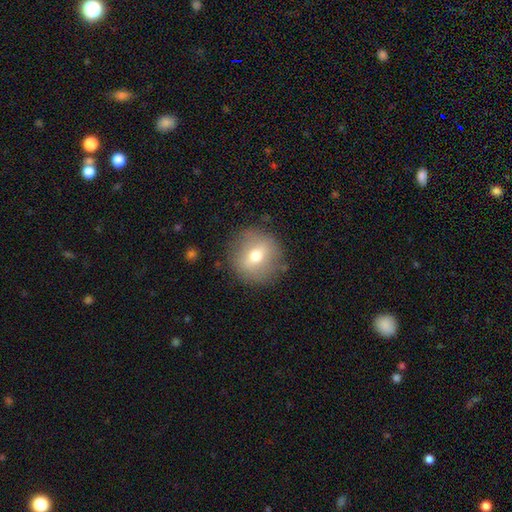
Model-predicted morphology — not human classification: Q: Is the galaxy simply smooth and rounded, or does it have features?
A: smooth — 57%.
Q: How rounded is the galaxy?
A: round — 93%.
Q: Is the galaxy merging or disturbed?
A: none — 86%.